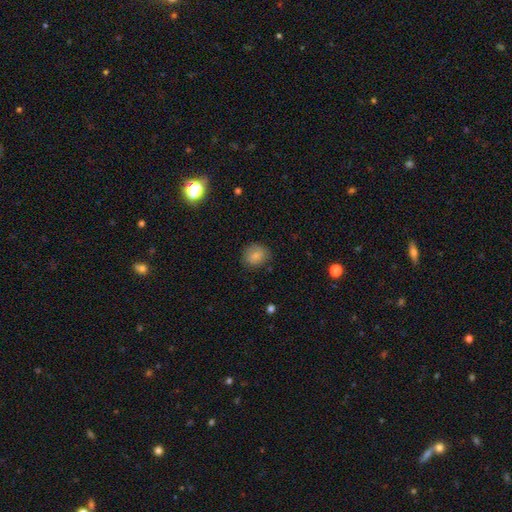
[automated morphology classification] This appears to be a smooth galaxy with no disk features (81%) that is round (68%). Merging: none (79%).